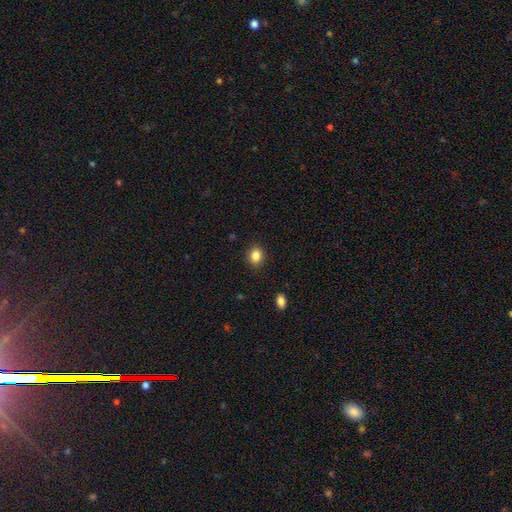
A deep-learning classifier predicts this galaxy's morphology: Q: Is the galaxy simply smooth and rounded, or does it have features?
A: smooth — 85%.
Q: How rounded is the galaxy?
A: round — 54%.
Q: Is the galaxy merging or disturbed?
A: none — 89%.